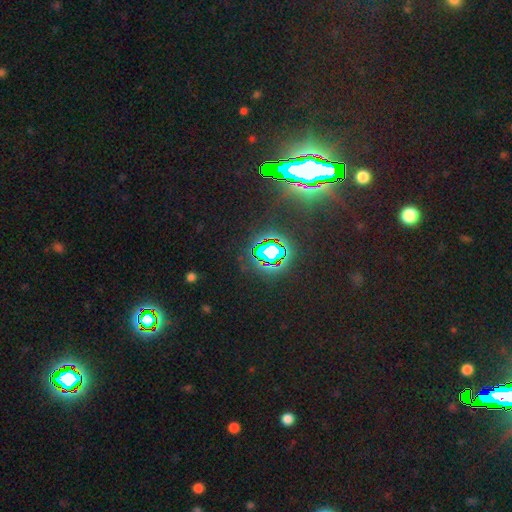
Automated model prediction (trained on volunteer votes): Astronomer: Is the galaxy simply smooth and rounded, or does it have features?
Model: star or artifact — 83%.